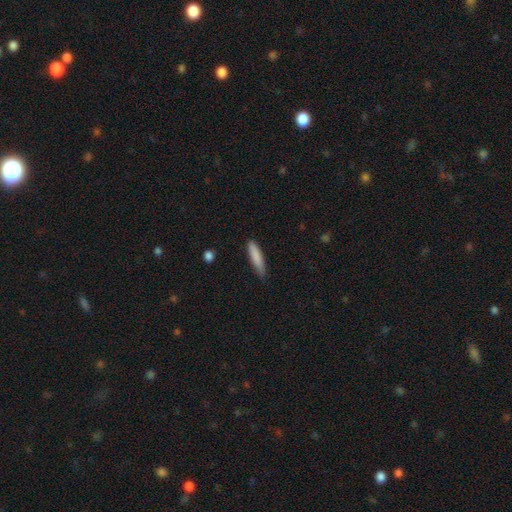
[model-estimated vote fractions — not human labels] Morphology: type=smooth (84%); roundness=cigar-shaped (83%); merging=none (77%).